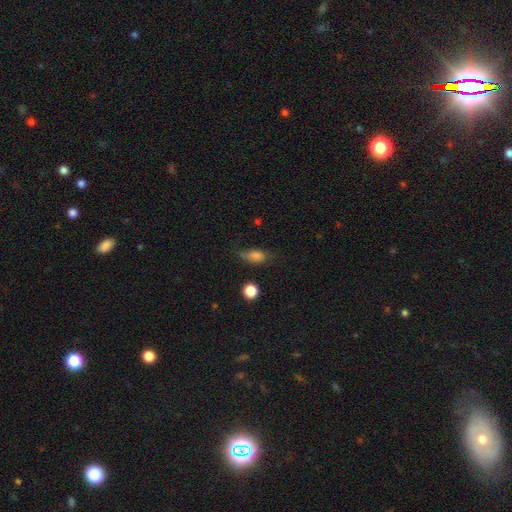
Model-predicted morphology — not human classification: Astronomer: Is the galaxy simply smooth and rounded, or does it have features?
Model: smooth — 74%.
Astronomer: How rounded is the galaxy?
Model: in between — 79%.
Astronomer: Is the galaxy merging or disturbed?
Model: none — 54% (runner-up: minor disturbance, 31%).